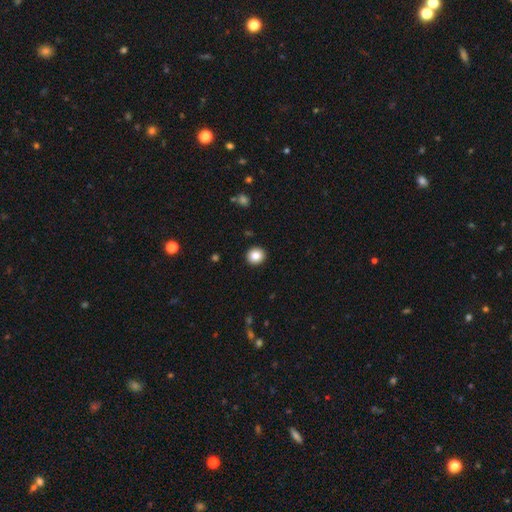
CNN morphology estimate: This appears to be a smooth galaxy with no disk features (84%) that is round (90%). Merging: none (93%).